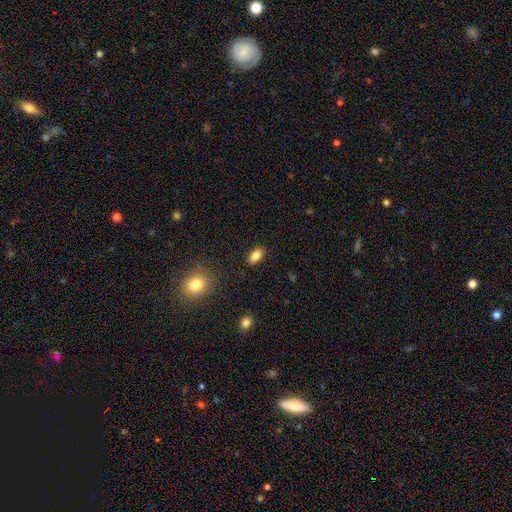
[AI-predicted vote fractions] The model was most divided on "smooth or featured": smooth: 84%, star or artifact: 9%, featured or disk: 7%. More confident: how rounded — in between (89%); merging — none (87%).